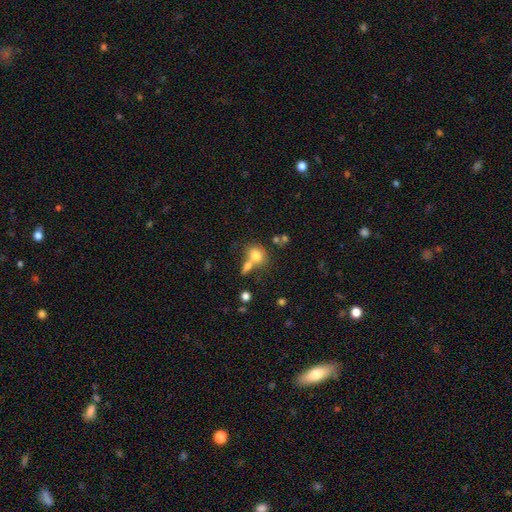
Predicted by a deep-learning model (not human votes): Q: Smooth or featured?
A: smooth (77%); runner-up: featured or disk (13%)
Q: How rounded?
A: round (50%); runner-up: in between (49%)
Q: Merging?
A: merger (42%); runner-up: none (41%)